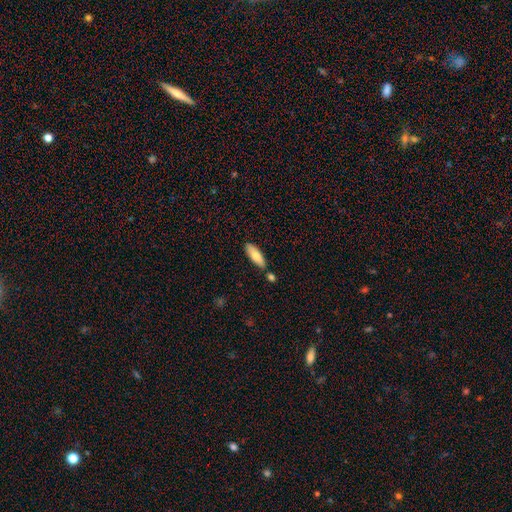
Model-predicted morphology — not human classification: smooth_or_featured: smooth (p=0.73) [alt: featured or disk p=0.21]
how_rounded: in between (p=0.64) [alt: cigar-shaped p=0.34]
merging: none (p=0.76) [alt: minor disturbance p=0.14]